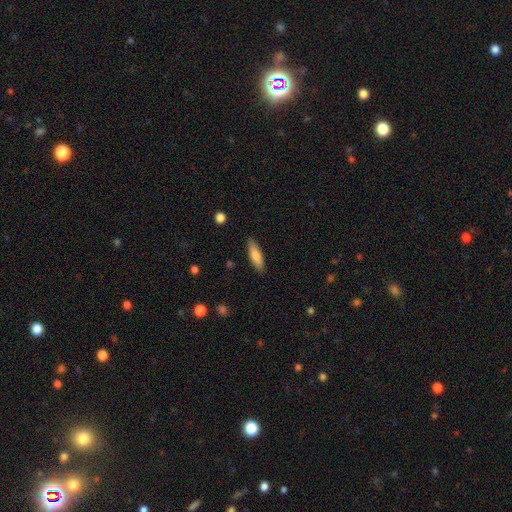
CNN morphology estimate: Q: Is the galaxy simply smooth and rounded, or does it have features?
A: smooth — 79%.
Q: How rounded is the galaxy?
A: cigar-shaped — 57%.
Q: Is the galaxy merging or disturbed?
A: none — 87%.